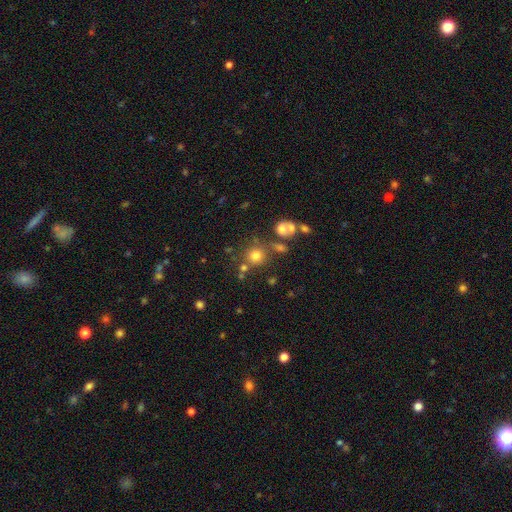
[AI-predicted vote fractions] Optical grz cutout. It shows a smooth galaxy with no disk features (73%) that is round (89%). Merging: none (70%).